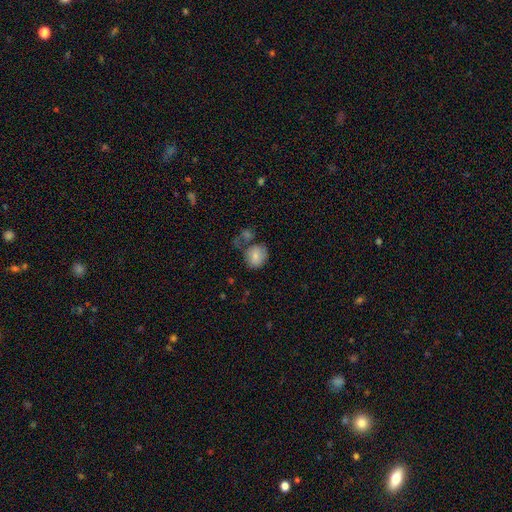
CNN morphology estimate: Q: Smooth or featured?
A: smooth (75%); runner-up: featured or disk (17%)
Q: How rounded?
A: round (63%); runner-up: in between (36%)
Q: Merging?
A: none (43%); runner-up: merger (23%)